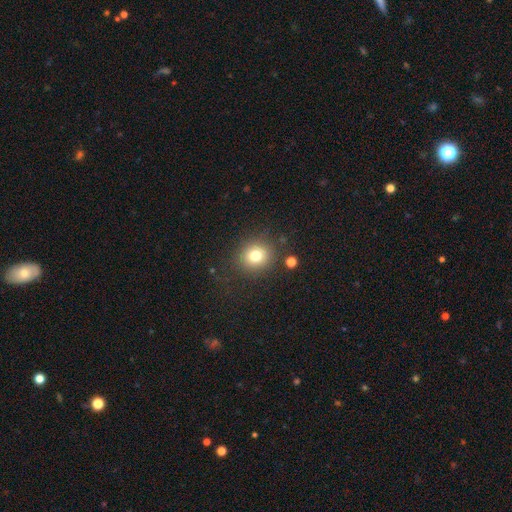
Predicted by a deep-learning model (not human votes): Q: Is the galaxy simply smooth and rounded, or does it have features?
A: smooth — 78%.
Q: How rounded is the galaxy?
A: round — 82%.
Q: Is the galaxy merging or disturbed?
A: none — 85%.